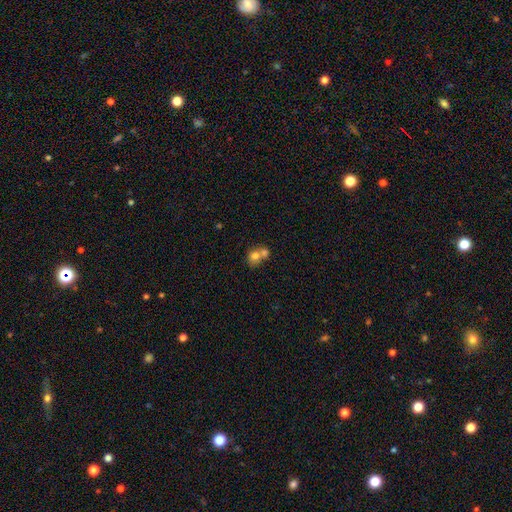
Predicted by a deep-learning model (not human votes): Smooth or featured?
  - smooth: 72% *
  - featured or disk: 17%
  - star or artifact: 10%
How rounded?
  - round: 70% *
  - in between: 29%
  - cigar-shaped: 1%
Merging?
  - merger: 64% *
  - none: 27%
  - minor disturbance: 6%
  - major disturbance: 3%